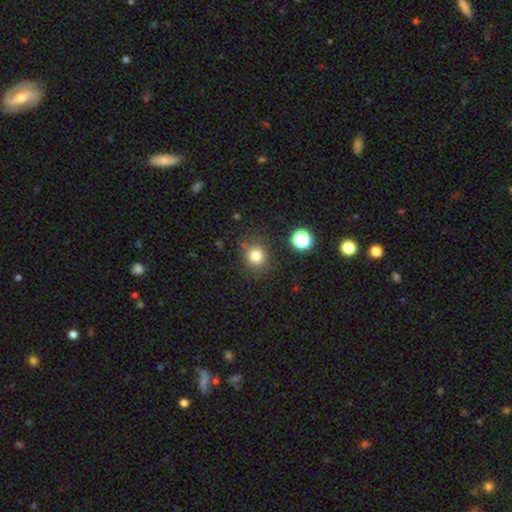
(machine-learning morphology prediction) This is clearly a smooth galaxy (80%). How rounded: clearly round (85%). Merging: clearly none (80%).